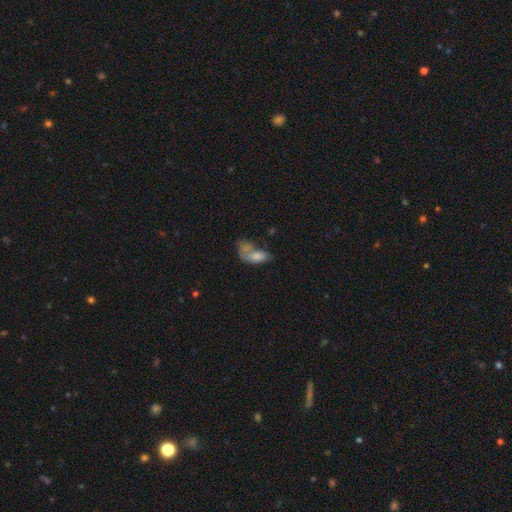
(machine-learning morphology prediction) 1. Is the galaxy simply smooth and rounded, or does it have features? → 70% smooth, 21% featured or disk, 10% star or artifact.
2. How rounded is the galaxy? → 88% in between, 6% cigar-shaped, 6% round.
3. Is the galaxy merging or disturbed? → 38% merger, 25% major disturbance, 21% none, 17% minor disturbance.